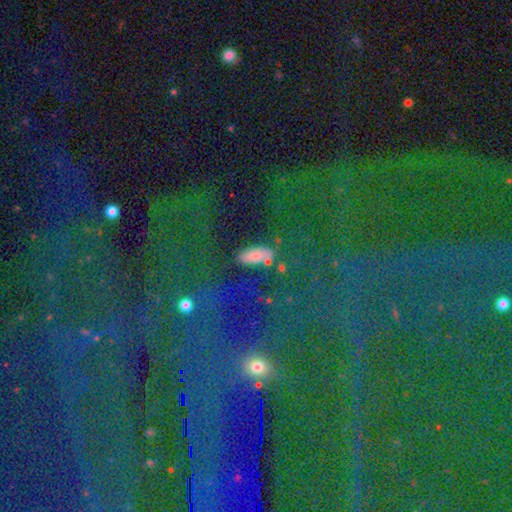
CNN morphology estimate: Smooth or featured? Predicted: smooth (p=0.63). How rounded? Predicted: in between (p=0.78). Merging? Predicted: none (p=0.70).